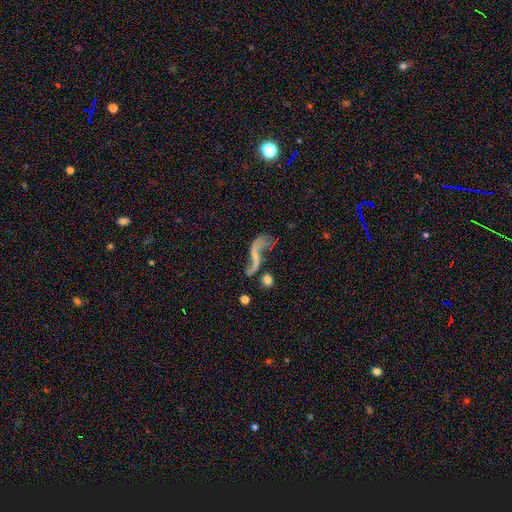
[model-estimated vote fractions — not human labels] Morphology: type=featured or disk (69%); edge-on=no (93%); bar=no (59%); spiral arms=yes (74%); bulge=none (58%); merging=none (36%).